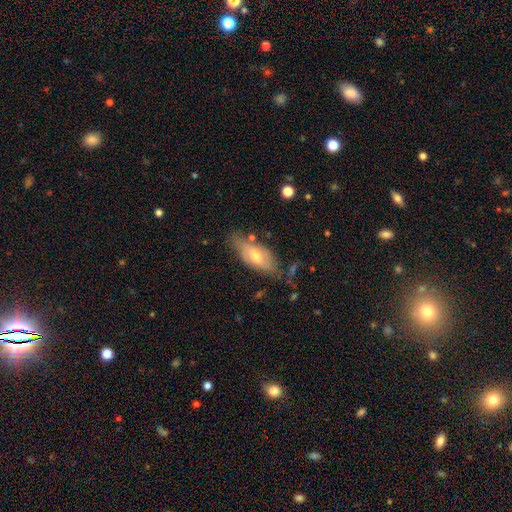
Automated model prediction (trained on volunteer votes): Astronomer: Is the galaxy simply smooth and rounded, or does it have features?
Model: smooth — 48% (runner-up: featured or disk, 45%).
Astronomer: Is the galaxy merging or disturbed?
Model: none — 62%.